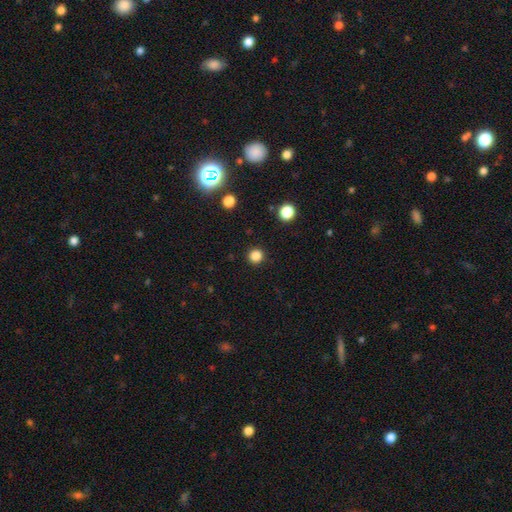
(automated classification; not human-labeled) Smooth or featured? smooth (84%)
How rounded? round (95%)
Merging? none (93%)